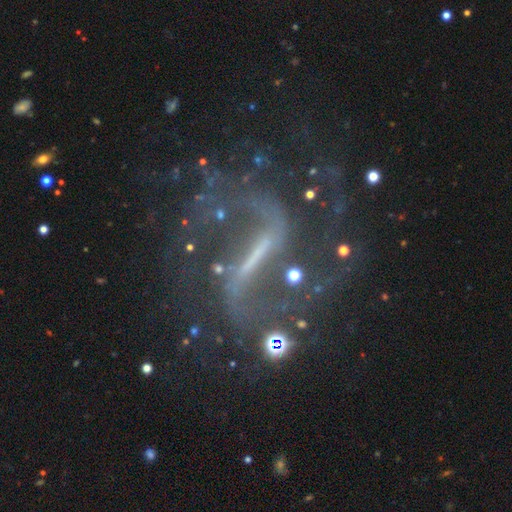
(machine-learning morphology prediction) Smooth or featured: featured or disk — 87% (star or artifact — 10%)
Edge-on disk: no — 95% (yes — 5%)
Bar: strong — 70% (weak — 22%)
Spiral arms: yes — 94% (no — 6%)
Spiral winding: loose — 54% (medium — 35%)
Spiral arm count: 2 — 87% (can't tell — 5%)
Bulge size: none — 48% (small — 39%)
Merging: none — 59% (major disturbance — 19%)